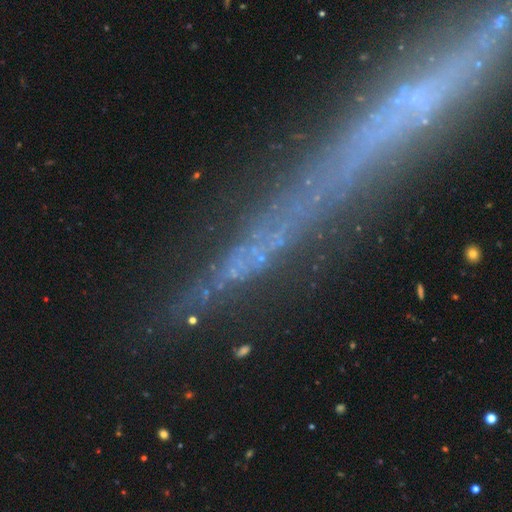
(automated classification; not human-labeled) smooth-or-featured: star or artifact: 45% | featured or disk: 32% | smooth: 23%